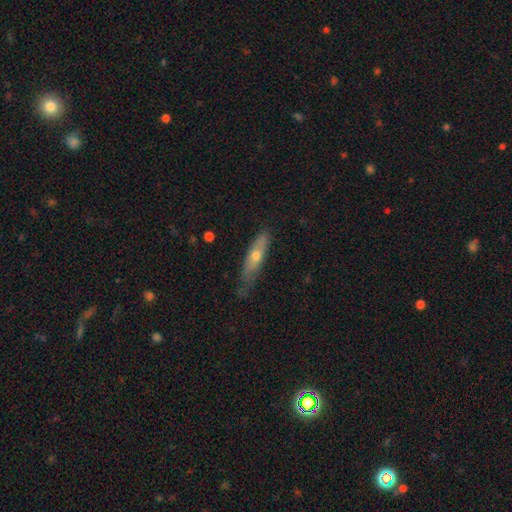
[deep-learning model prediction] smooth_or_featured: smooth (p=0.51) [alt: featured or disk p=0.42]
how_rounded: cigar-shaped (p=0.70) [alt: in between p=0.28]
merging: none (p=0.60) [alt: minor disturbance p=0.30]